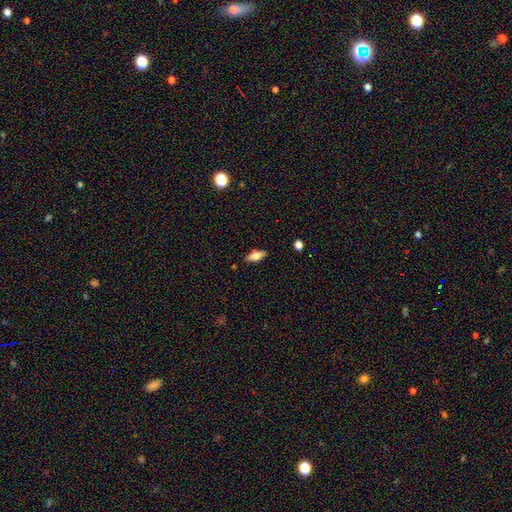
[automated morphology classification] Overall: smooth (65%; featured or disk 28%). How rounded: in between (78%). Merging: none (86%).